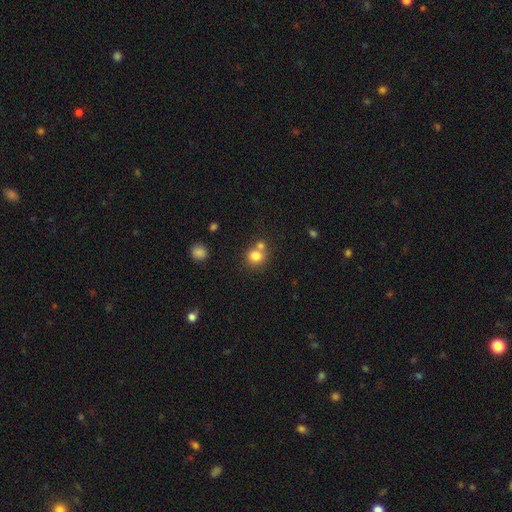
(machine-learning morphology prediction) Smooth or featured? Predicted: smooth (p=0.79). How rounded? Predicted: round (p=0.82). Merging? Predicted: none (p=0.53).